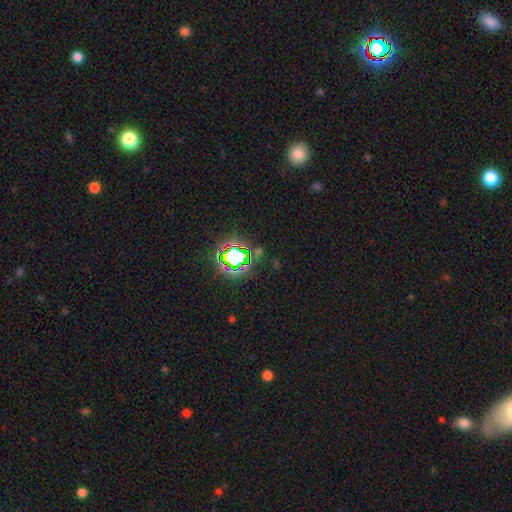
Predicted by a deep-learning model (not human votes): Overall: star or artifact (78%).